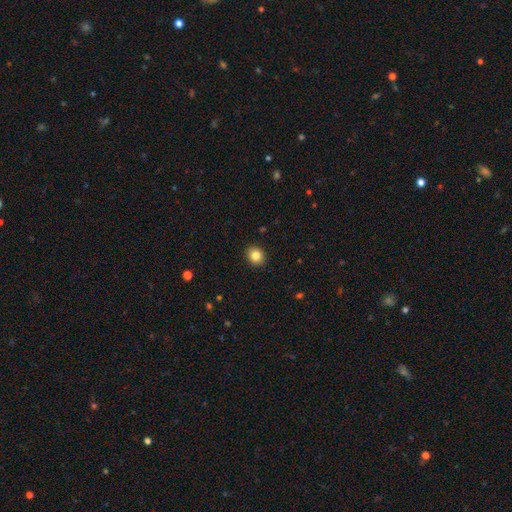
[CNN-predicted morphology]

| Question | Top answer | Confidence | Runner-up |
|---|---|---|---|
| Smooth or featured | smooth | 83% | star or artifact (10%) |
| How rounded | round | 71% | in between (28%) |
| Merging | none | 91% | minor disturbance (6%) |